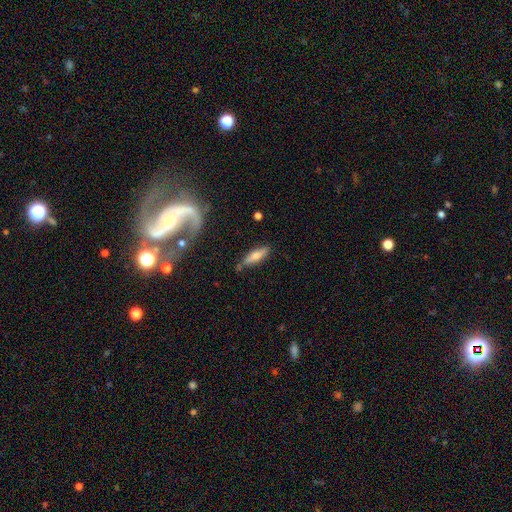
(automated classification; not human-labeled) A smooth galaxy with no disk features (66%) that is cigar-shaped (61%).

Vote fractions:
- Smooth or featured? smooth: 66% / featured or disk: 27% / star or artifact: 7%
- How rounded? cigar-shaped: 61% / in between: 37% / round: 2%
- Merging? none: 73% / minor disturbance: 18% / merger: 5% / major disturbance: 4%